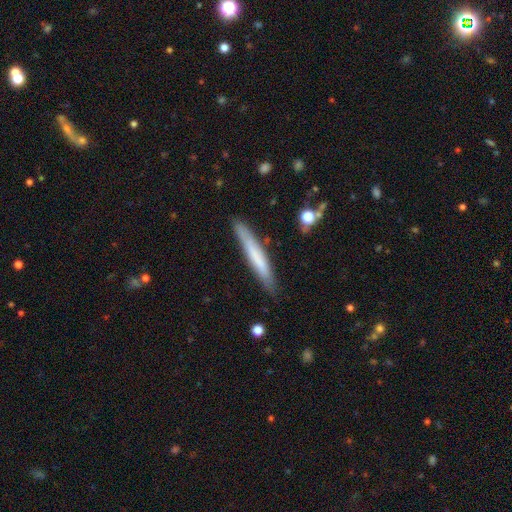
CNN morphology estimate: Smooth or featured: smooth — 63% (featured or disk — 31%)
How rounded: cigar-shaped — 95% (in between — 4%)
Merging: none — 85% (minor disturbance — 11%)